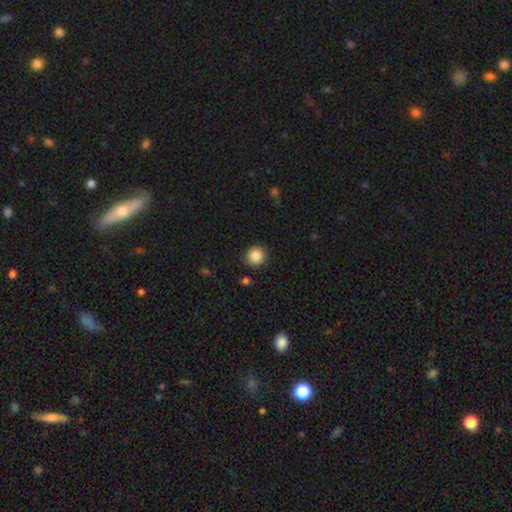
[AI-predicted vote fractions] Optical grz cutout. It shows a smooth galaxy with no disk features (85%) that is round (93%). Merging: none (87%).